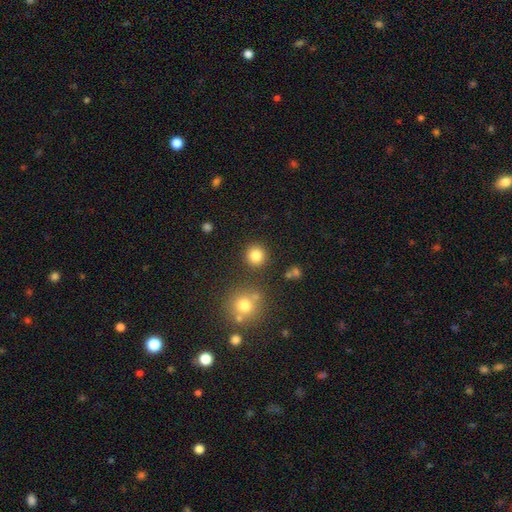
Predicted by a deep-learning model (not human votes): The model was most divided on "smooth or featured": smooth: 84%, star or artifact: 11%, featured or disk: 5%. More confident: how rounded — round (94%); merging — none (87%).